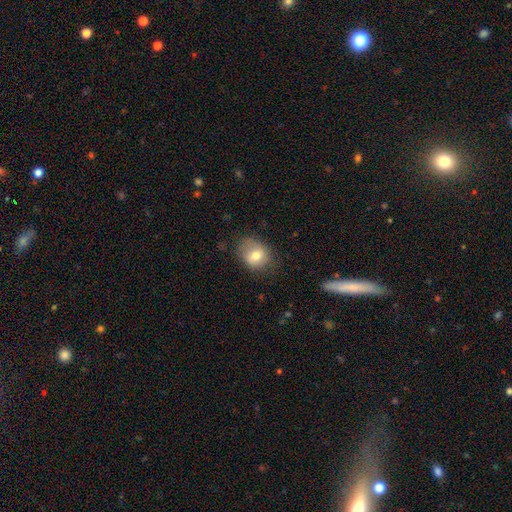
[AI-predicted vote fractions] Smooth or featured: smooth — 72% (featured or disk — 19%)
How rounded: round — 54% (in between — 45%)
Merging: none — 67% (minor disturbance — 24%)